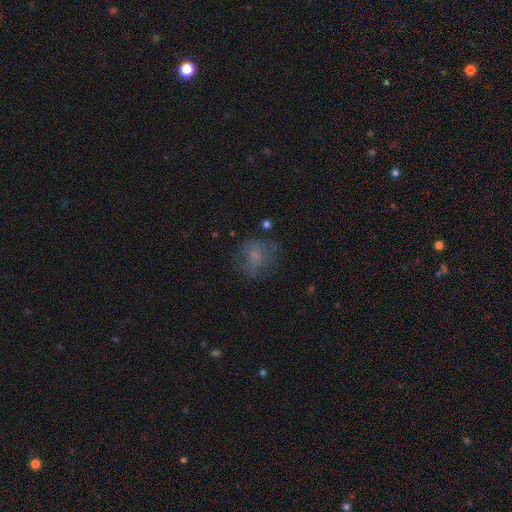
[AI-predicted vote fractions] smooth_or_featured: smooth (p=0.61) [alt: featured or disk p=0.23]
how_rounded: round (p=0.72) [alt: in between p=0.27]
merging: none (p=0.61) [alt: minor disturbance p=0.20]